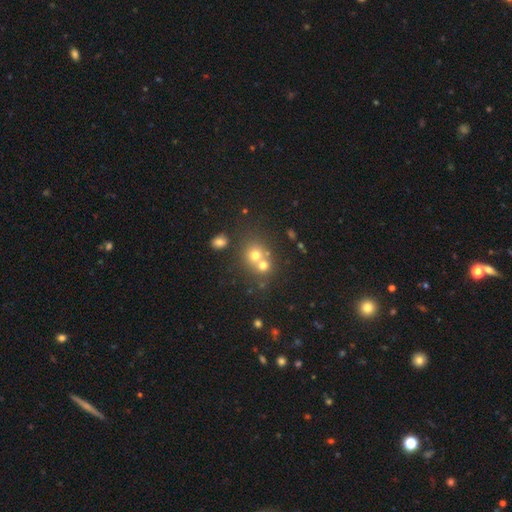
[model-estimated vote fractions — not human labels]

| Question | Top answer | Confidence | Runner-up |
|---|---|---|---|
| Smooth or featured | smooth | 67% | featured or disk (16%) |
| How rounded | round | 80% | in between (19%) |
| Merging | merger | 51% | none (40%) |